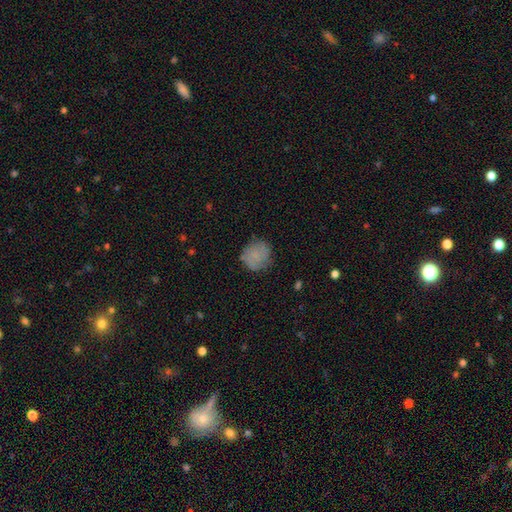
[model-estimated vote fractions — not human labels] A smooth galaxy with no disk features (72%) that is round (84%). Merging: none (76%).